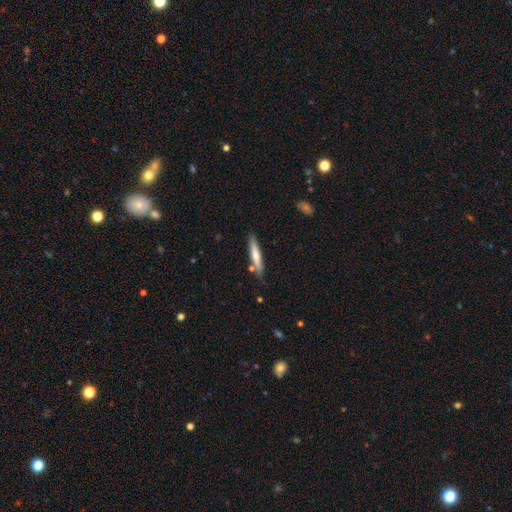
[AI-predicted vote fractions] This appears to be a smooth galaxy with no disk features (60%) that is cigar-shaped (91%). Merging: none (81%).